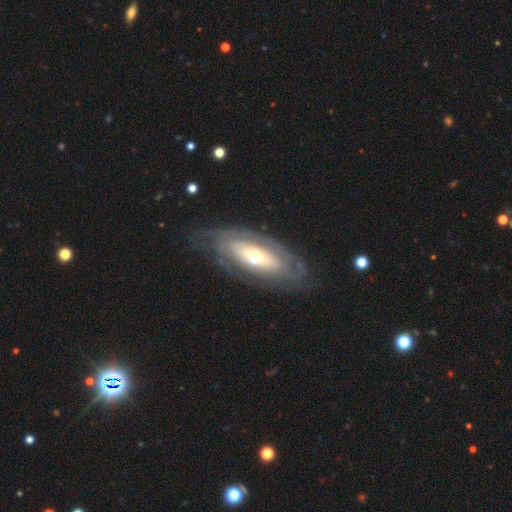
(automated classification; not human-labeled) smooth_or_featured: featured or disk (p=0.75) [alt: smooth p=0.19]
disk_edge_on: no (p=0.86) [alt: yes p=0.14]
bar: no (p=0.65) [alt: weak p=0.22]
has_spiral_arms: yes (p=0.71) [alt: no p=0.29]
bulge_size: moderate (p=0.59) [alt: small p=0.29]
merging: none (p=0.77) [alt: minor disturbance p=0.14]